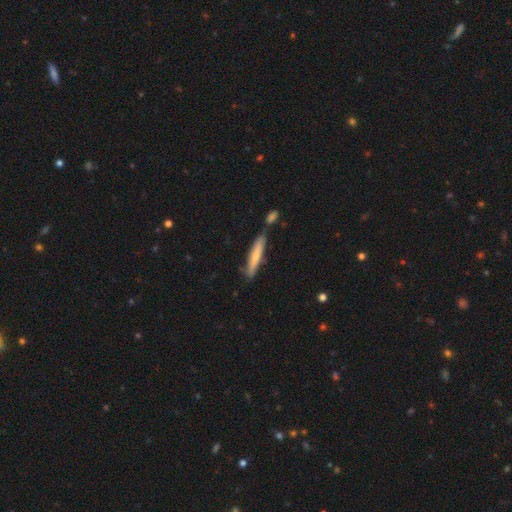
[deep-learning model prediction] Smooth or featured? smooth (60%)
How rounded? cigar-shaped (89%)
Merging? none (68%)